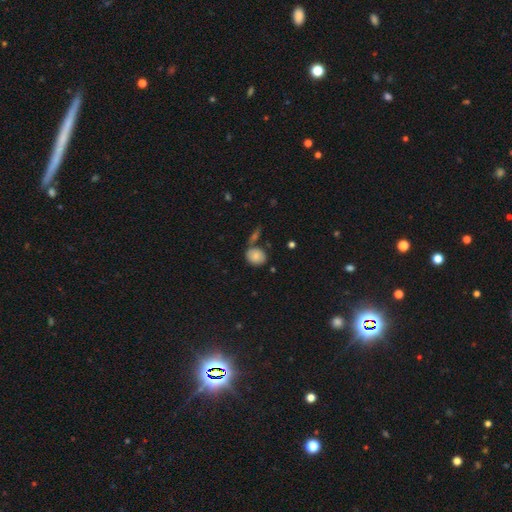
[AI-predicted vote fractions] A smooth galaxy with no disk features (80%) that is round (61%).

Vote fractions:
- Smooth or featured? smooth: 80% / featured or disk: 11% / star or artifact: 9%
- How rounded? round: 61% / in between: 38% / cigar-shaped: 1%
- Merging? none: 64% / minor disturbance: 16% / merger: 15% / major disturbance: 4%